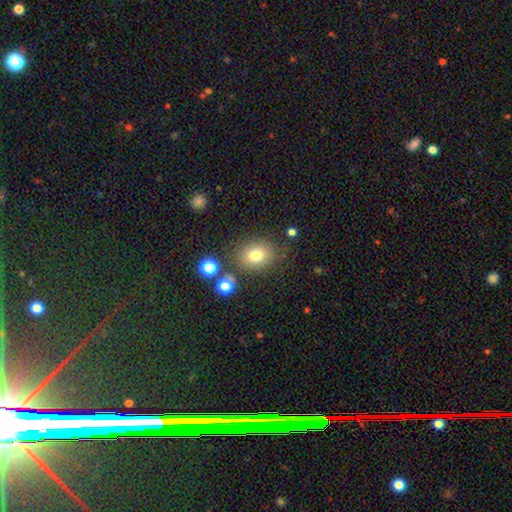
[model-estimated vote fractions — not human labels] smooth-or-featured: smooth: 65% | star or artifact: 25% | featured or disk: 10%
  how-rounded: round: 61% | in between: 38% | cigar-shaped: 1%
  merging: none: 82% | minor disturbance: 9% | merger: 6% | major disturbance: 3%